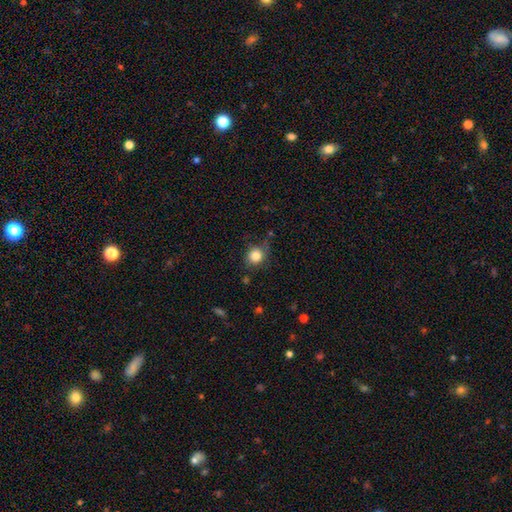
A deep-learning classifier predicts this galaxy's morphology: Smooth or featured?
  - smooth: 83% *
  - star or artifact: 10%
  - featured or disk: 7%
How rounded?
  - round: 80% *
  - in between: 19%
  - cigar-shaped: 1%
Merging?
  - none: 66% *
  - minor disturbance: 24%
  - major disturbance: 7%
  - merger: 3%